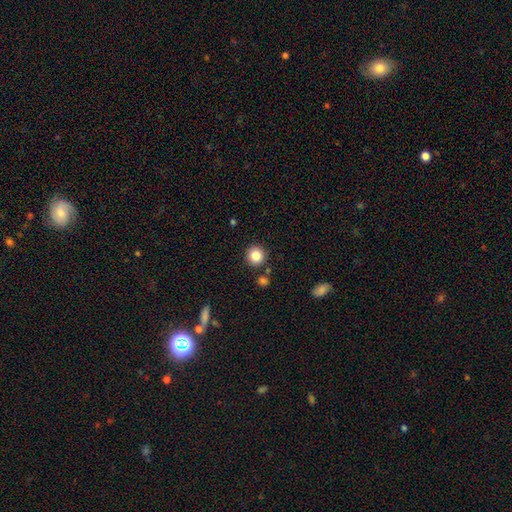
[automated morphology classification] Overall: smooth (86%). How rounded: round (92%). Merging: none (86%).